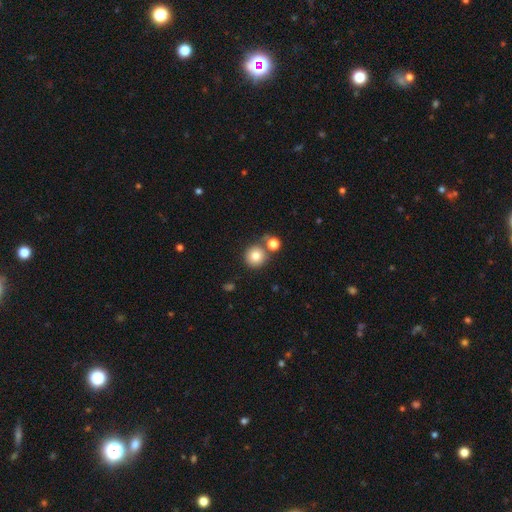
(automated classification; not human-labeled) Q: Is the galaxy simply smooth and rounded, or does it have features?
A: smooth — 80%.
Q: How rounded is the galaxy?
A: round — 92%.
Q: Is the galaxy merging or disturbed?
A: none — 67%.